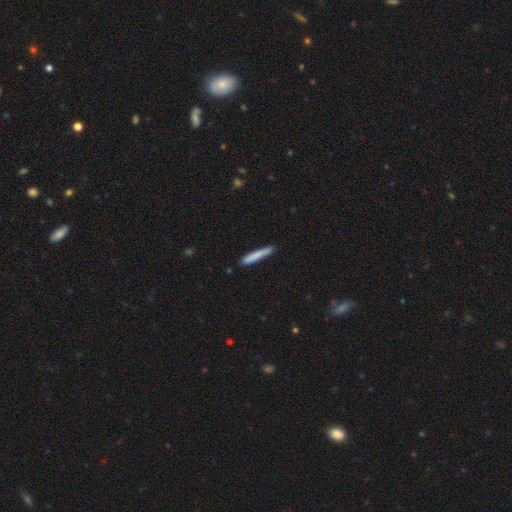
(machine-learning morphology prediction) The model was most divided on "smooth or featured": smooth: 81%, featured or disk: 13%, star or artifact: 6%. More confident: how rounded — cigar-shaped (94%); merging — none (85%).